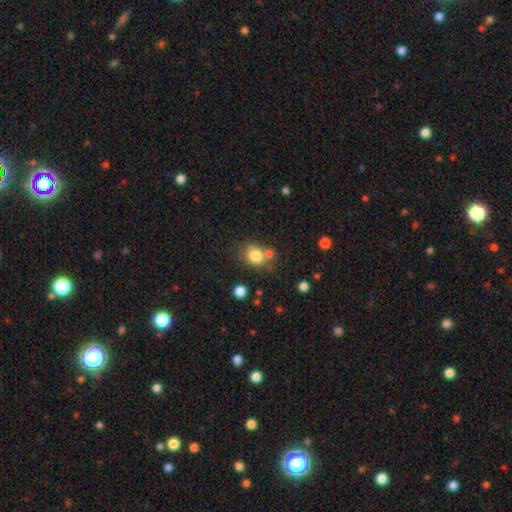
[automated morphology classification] A smooth galaxy with no disk features (81%) that is round (70%).

Vote fractions:
- Smooth or featured? smooth: 81% / star or artifact: 11% / featured or disk: 9%
- How rounded? round: 70% / in between: 29% / cigar-shaped: 1%
- Merging? none: 61% / merger: 21% / minor disturbance: 13% / major disturbance: 5%